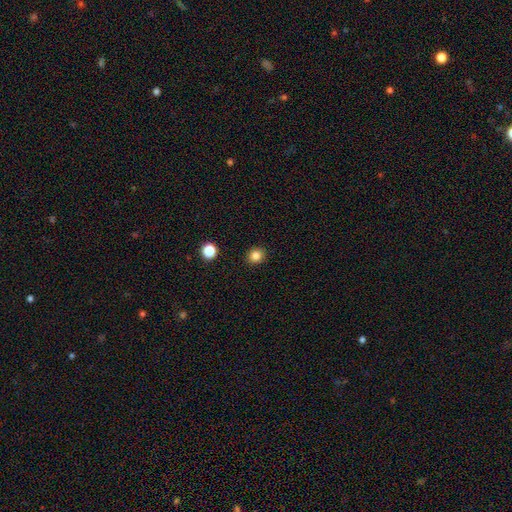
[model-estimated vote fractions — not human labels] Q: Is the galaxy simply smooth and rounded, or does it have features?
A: smooth — 83%.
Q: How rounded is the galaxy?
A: round — 82%.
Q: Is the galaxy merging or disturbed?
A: none — 91%.